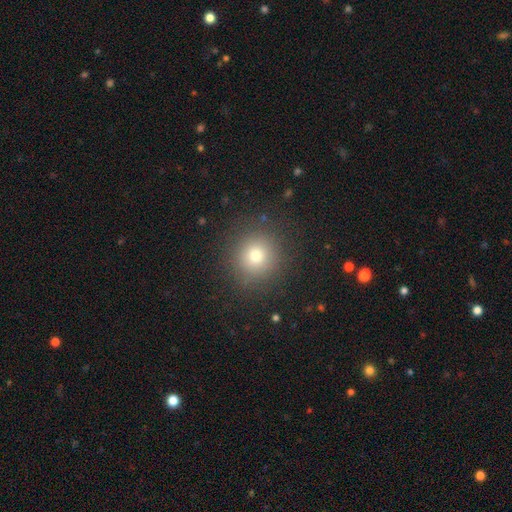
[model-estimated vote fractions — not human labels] Smooth or featured? smooth (75%)
How rounded? round (93%)
Merging? none (89%)